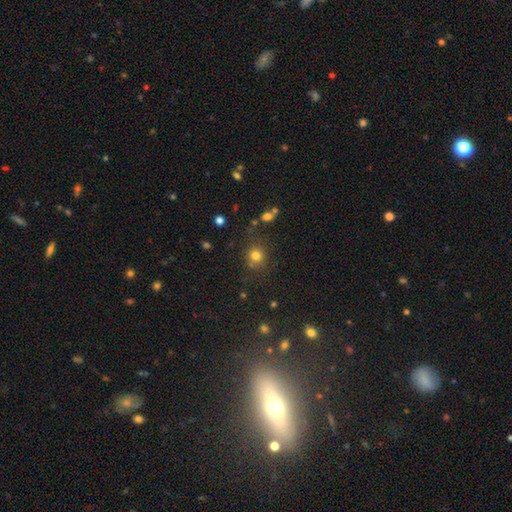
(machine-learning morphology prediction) The model was most divided on "smooth or featured": smooth: 79%, star or artifact: 14%, featured or disk: 6%. More confident: how rounded — round (85%); merging — none (78%).